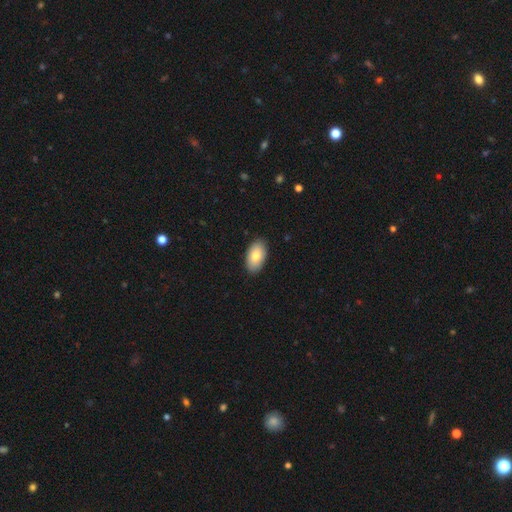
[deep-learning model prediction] Smooth or featured?
  - smooth: 81% *
  - featured or disk: 13%
  - star or artifact: 6%
How rounded?
  - in between: 95% *
  - round: 4%
  - cigar-shaped: 1%
Merging?
  - none: 88% *
  - minor disturbance: 9%
  - major disturbance: 2%
  - merger: 1%